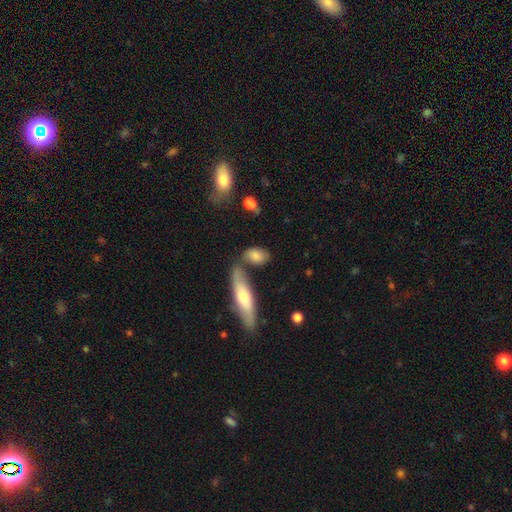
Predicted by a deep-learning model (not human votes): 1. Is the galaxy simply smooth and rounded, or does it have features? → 77% smooth, 16% featured or disk, 7% star or artifact.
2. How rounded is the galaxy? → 81% in between, 10% round, 9% cigar-shaped.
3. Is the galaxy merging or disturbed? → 56% none, 22% merger, 16% minor disturbance, 6% major disturbance.